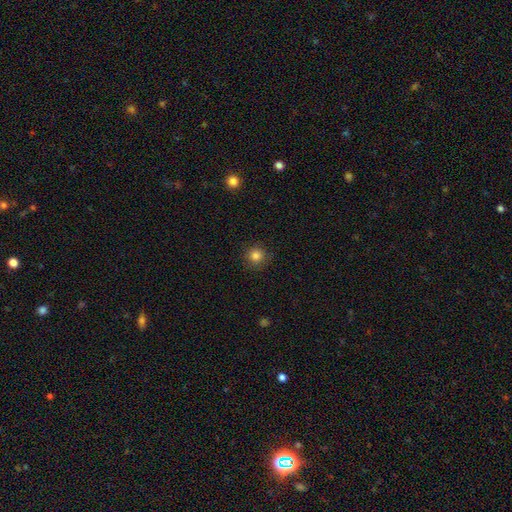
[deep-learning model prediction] Smooth or featured? smooth (83%)
How rounded? round (93%)
Merging? none (88%)